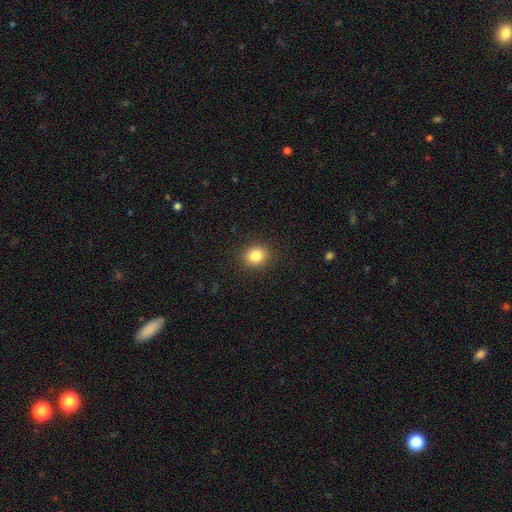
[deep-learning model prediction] smooth 84%, star or artifact 11%, featured or disk 5%. Down the decision tree: how rounded — round (74%); merging — none (90%).